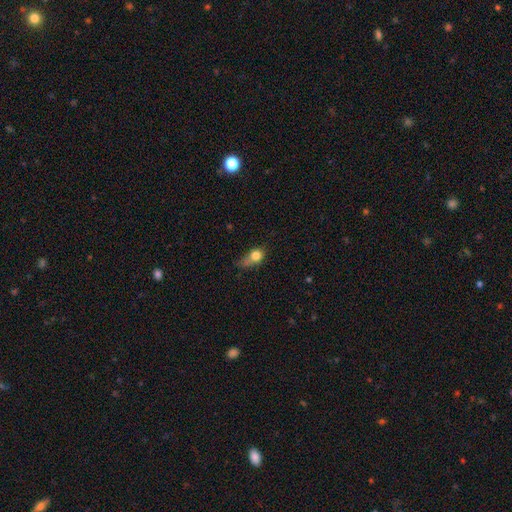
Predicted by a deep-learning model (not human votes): smooth-or-featured: smooth: 76% | featured or disk: 13% | star or artifact: 11%
  how-rounded: round: 50% | in between: 45% | cigar-shaped: 6%
  merging: minor disturbance: 32% | none: 29% | major disturbance: 27% | merger: 12%